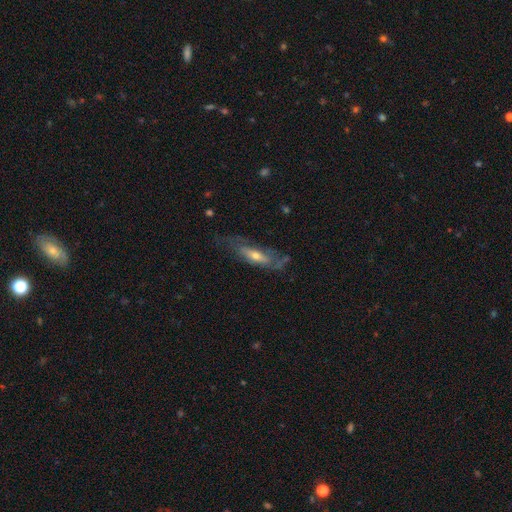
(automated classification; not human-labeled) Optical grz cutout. It shows a featured or disk galaxy (57%). Merging: none (49%).